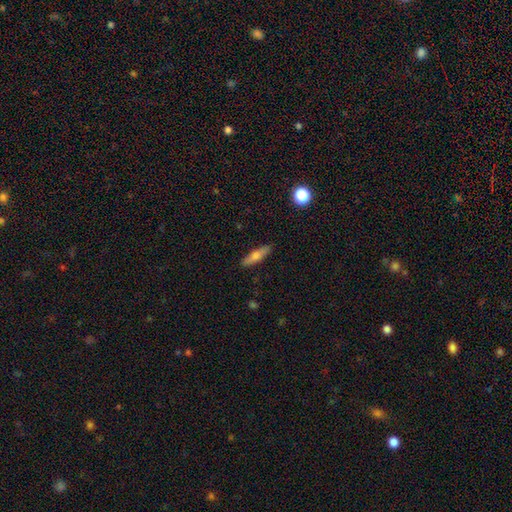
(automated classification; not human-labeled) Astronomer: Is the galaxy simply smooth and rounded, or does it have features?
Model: smooth — 61%.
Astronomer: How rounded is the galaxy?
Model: cigar-shaped — 75%.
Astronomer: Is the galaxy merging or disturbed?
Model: none — 89%.